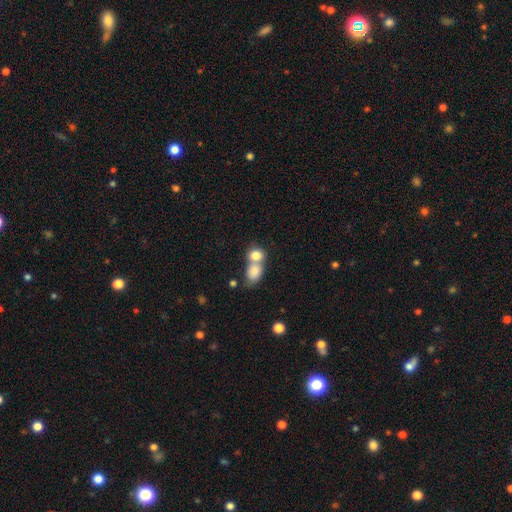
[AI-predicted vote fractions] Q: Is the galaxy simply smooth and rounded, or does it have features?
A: smooth — 82%.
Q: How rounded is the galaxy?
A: in between — 51%.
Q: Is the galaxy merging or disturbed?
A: merger — 68%.